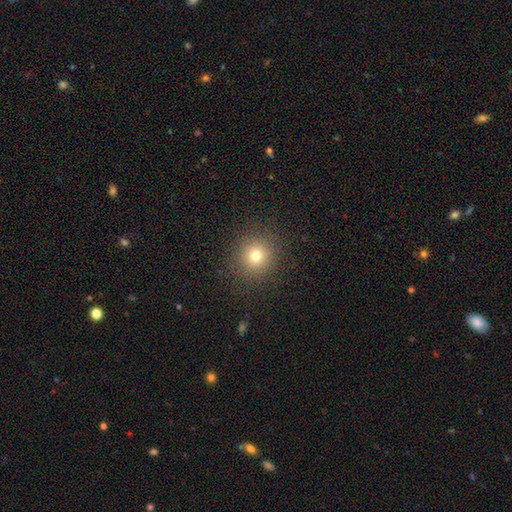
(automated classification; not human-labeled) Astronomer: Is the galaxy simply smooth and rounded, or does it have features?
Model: smooth — 76%.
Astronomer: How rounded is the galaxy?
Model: round — 92%.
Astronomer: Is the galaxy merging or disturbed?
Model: none — 89%.